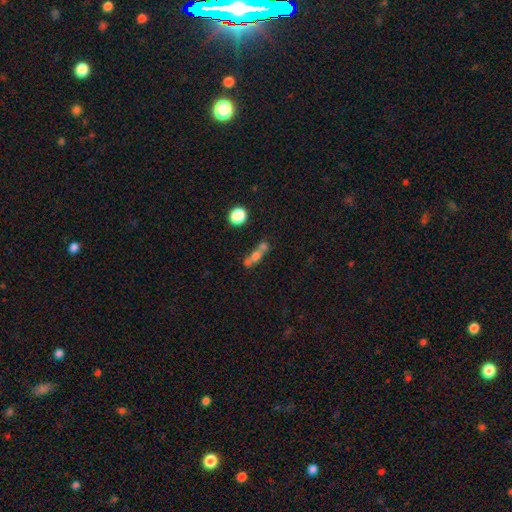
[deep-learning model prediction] Smooth or featured?
  - smooth: 55% *
  - featured or disk: 26%
  - star or artifact: 18%
How rounded?
  - in between: 41% *
  - round: 38%
  - cigar-shaped: 21%
Merging?
  - merger: 47% *
  - none: 36%
  - minor disturbance: 10%
  - major disturbance: 8%